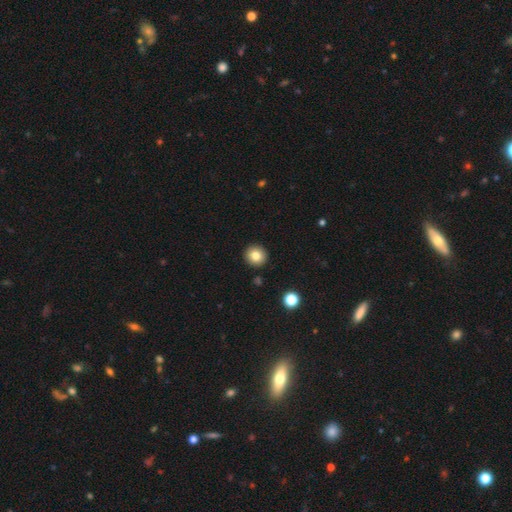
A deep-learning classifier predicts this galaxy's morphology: This appears to be a smooth galaxy with no disk features (82%) that is round (93%). Merging: none (92%).